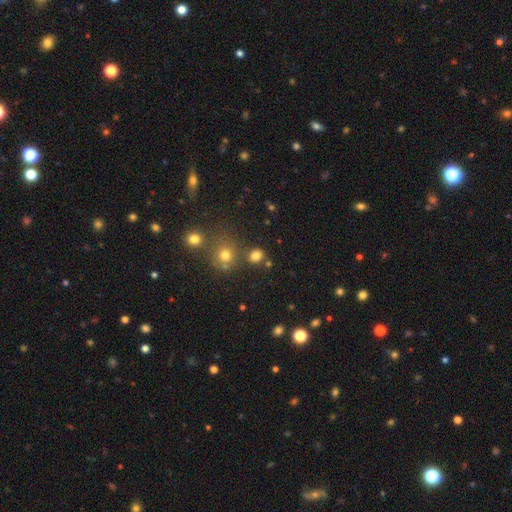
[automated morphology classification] This is likely a smooth galaxy (77%). How rounded: likely round (74%). Merging: likely none (76%).